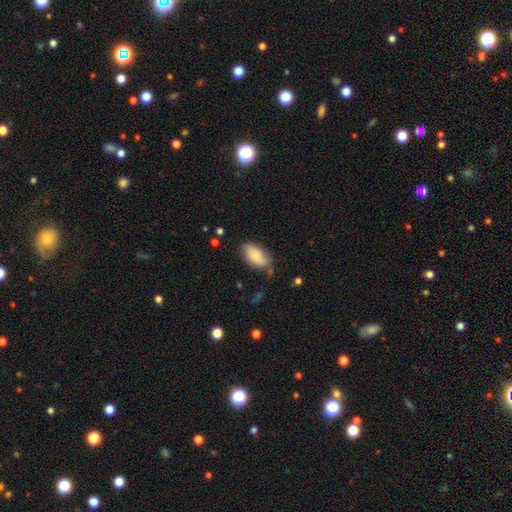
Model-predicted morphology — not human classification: smooth_or_featured: smooth (p=0.79) [alt: featured or disk p=0.15]
how_rounded: in between (p=0.94) [alt: cigar-shaped p=0.03]
merging: none (p=0.71) [alt: minor disturbance p=0.22]